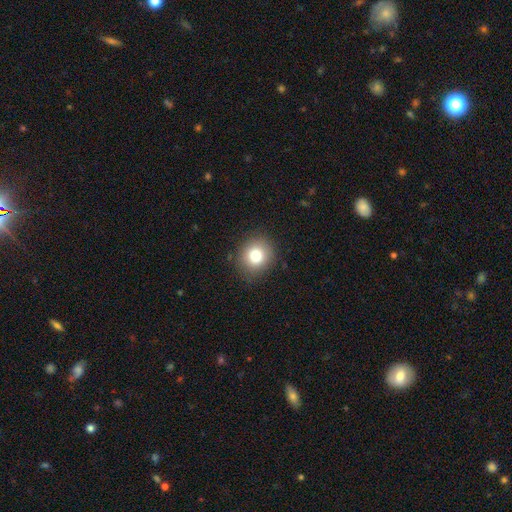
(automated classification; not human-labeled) smooth-or-featured: smooth: 79% | star or artifact: 11% | featured or disk: 10%
  how-rounded: round: 81% | in between: 18% | cigar-shaped: 1%
  merging: none: 86% | minor disturbance: 10% | major disturbance: 3% | merger: 1%